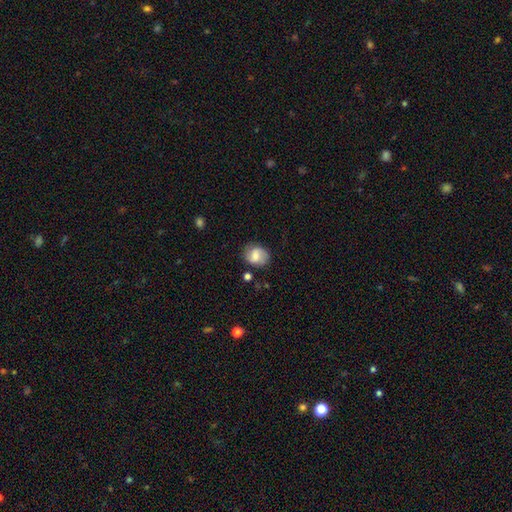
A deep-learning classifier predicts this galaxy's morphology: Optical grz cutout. It shows a smooth galaxy with no disk features (60%) that is round (60%). Merging: none (74%).